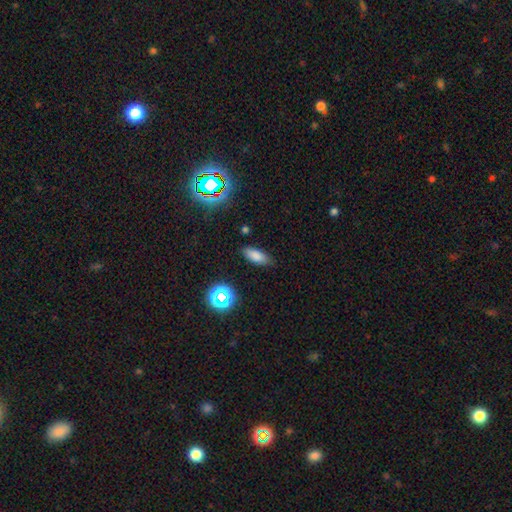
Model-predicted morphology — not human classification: A smooth galaxy with no disk features (80%) that is in between round and cigar-shaped (77%). Merging: none (83%).